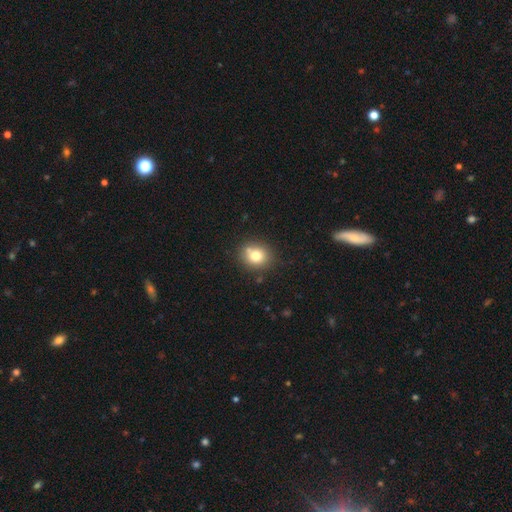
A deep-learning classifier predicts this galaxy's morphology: Smooth or featured?
  - smooth: 76% *
  - featured or disk: 12%
  - star or artifact: 12%
How rounded?
  - round: 76% *
  - in between: 23%
  - cigar-shaped: 1%
Merging?
  - none: 73% *
  - minor disturbance: 12%
  - merger: 11%
  - major disturbance: 3%